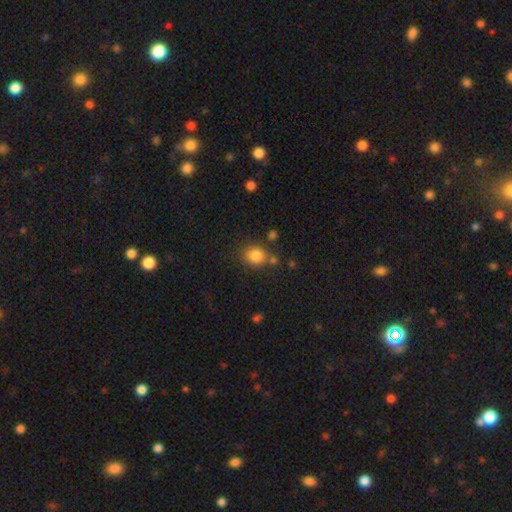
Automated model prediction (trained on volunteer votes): A smooth galaxy with no disk features (83%) that is round (73%). Merging: none (74%).